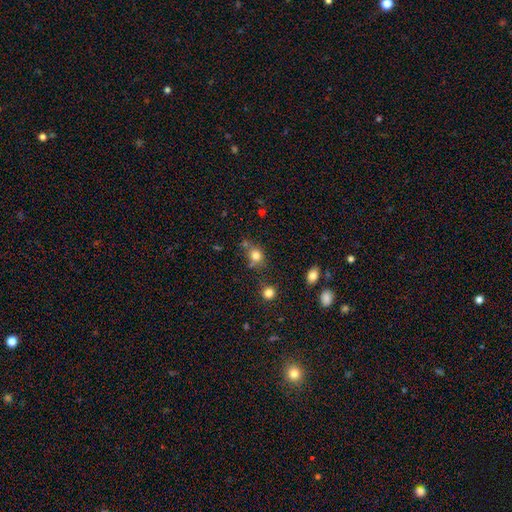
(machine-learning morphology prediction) Smooth or featured? smooth (79%)
How rounded? round (69%)
Merging? none (59%)